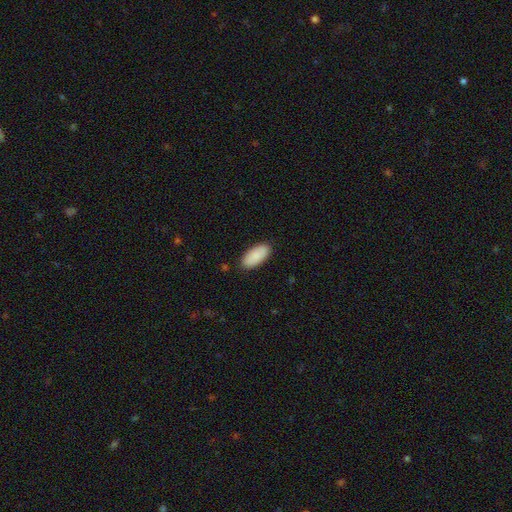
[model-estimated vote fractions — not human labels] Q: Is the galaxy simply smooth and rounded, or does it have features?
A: smooth — 88%.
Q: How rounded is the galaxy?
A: in between — 92%.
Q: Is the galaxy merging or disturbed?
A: none — 88%.